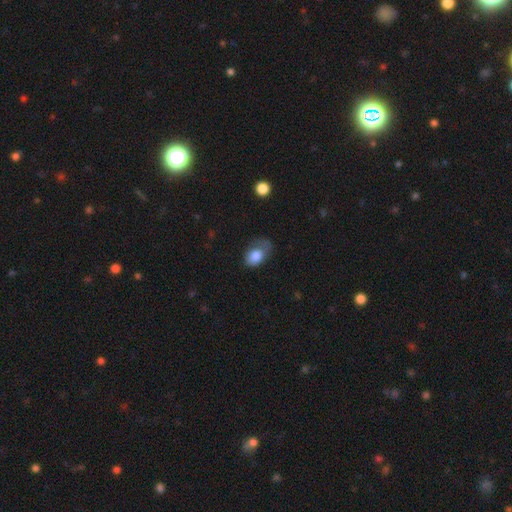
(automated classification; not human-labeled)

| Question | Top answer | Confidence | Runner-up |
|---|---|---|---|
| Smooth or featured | smooth | 78% | featured or disk (15%) |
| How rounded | in between | 80% | round (19%) |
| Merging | minor disturbance | 38% | none (31%) |